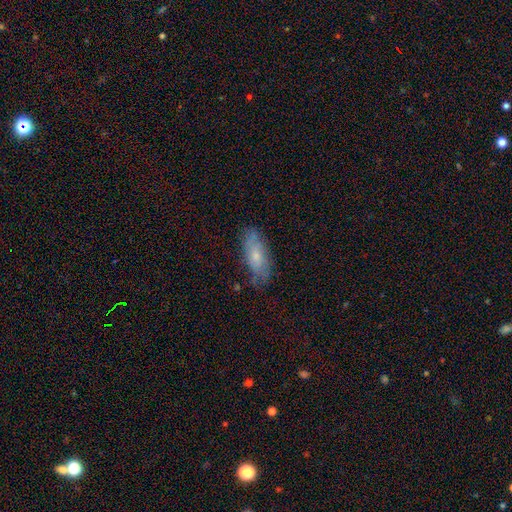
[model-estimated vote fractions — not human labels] Smooth or featured? Predicted: smooth (p=0.62). How rounded? Predicted: in between (p=0.75). Merging? Predicted: none (p=0.71).